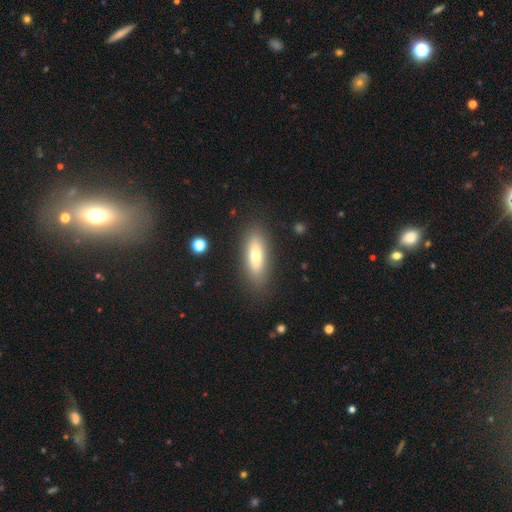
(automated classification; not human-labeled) smooth_or_featured: smooth (p=0.68) [alt: featured or disk p=0.24]
how_rounded: in between (p=0.56) [alt: cigar-shaped p=0.41]
merging: none (p=0.86) [alt: minor disturbance p=0.09]